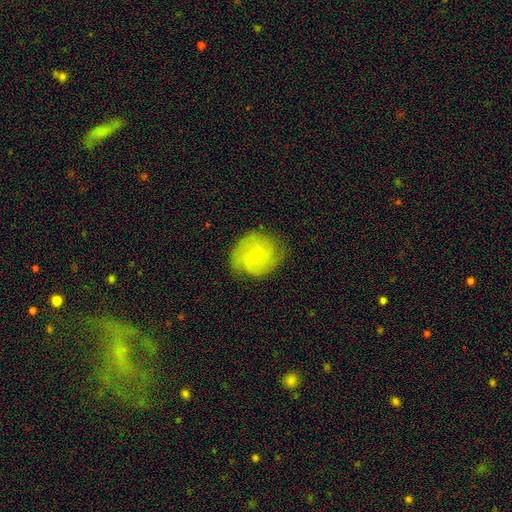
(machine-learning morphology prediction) The model was most divided on "smooth or featured": featured or disk: 58%, smooth: 34%, star or artifact: 8%. More confident: edge-on disk — no (96%); spiral arms — yes (83%); bar — no (75%); merging — none (72%); bulge size — small (62%).